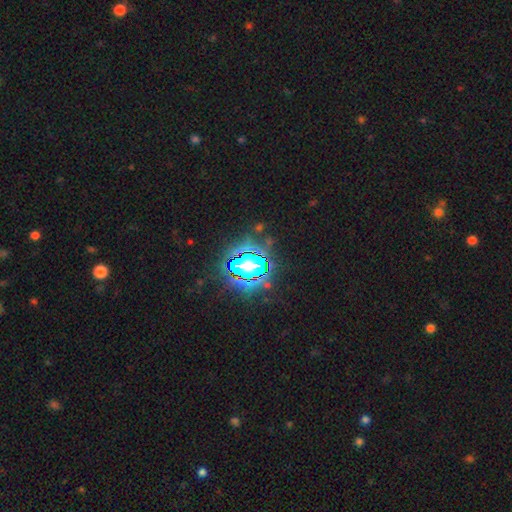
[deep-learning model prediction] This is clearly a star or artifact rather than a galaxy (83%).